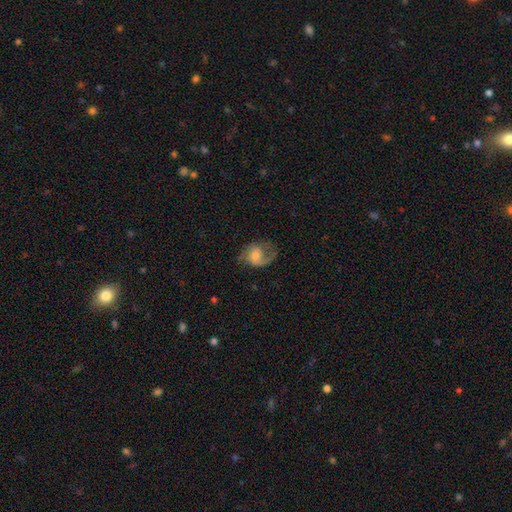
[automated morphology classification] smooth-or-featured: featured or disk: 67% | smooth: 26% | star or artifact: 8%
  disk-edge-on: no: 97% | yes: 3%
    bar: no: 62% | weak: 32% | strong: 6%
    has-spiral-arms: yes: 91% | no: 9%
      spiral-winding: medium: 43% (tied) | loose: 43% (tied) | tight: 14%
      spiral-arm-count: 2: 59% | 1: 33% | can't tell: 5% | 3: 1% | 4: 1% | more than 4: 1%
    bulge-size: moderate: 39% | small: 33% | large: 14% | none: 11% | dominant: 3%
  merging: none: 53% | major disturbance: 24% | minor disturbance: 21% | merger: 2%